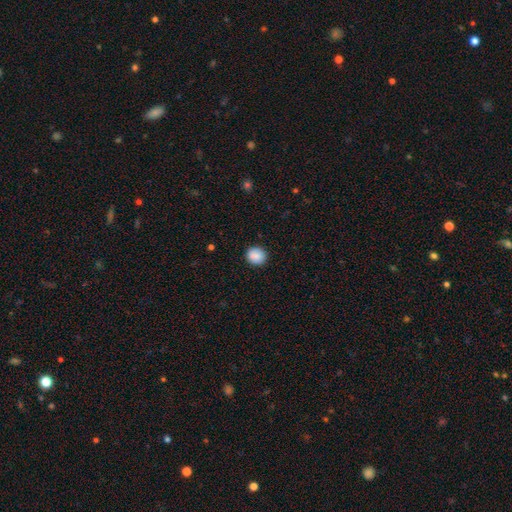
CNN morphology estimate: type=smooth (88%); roundness=round (84%); merging=none (90%).